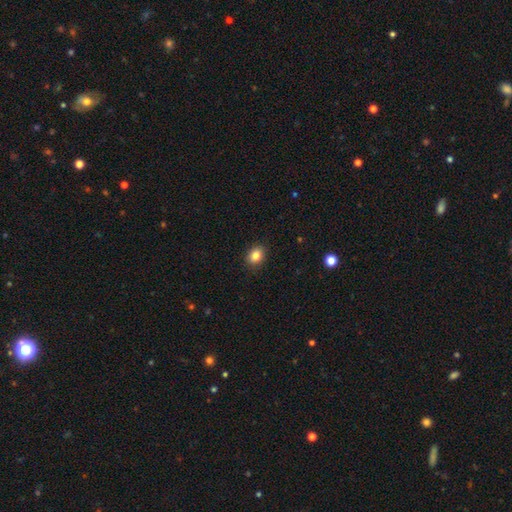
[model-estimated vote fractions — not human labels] A smooth galaxy with no disk features (84%) that is in between round and cigar-shaped (55%). Merging: none (89%).